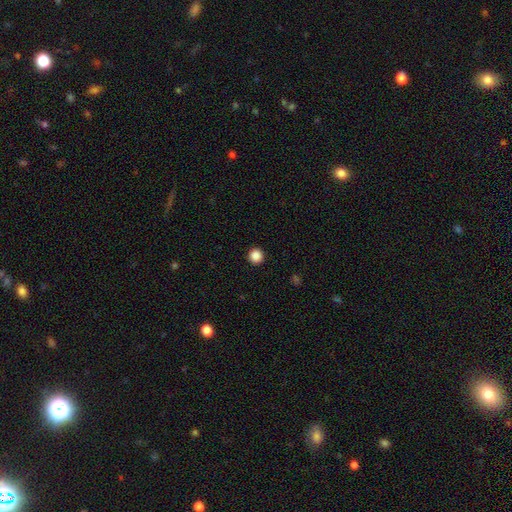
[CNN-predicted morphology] This is clearly a smooth galaxy (88%). How rounded: clearly round (96%). Merging: clearly none (94%).